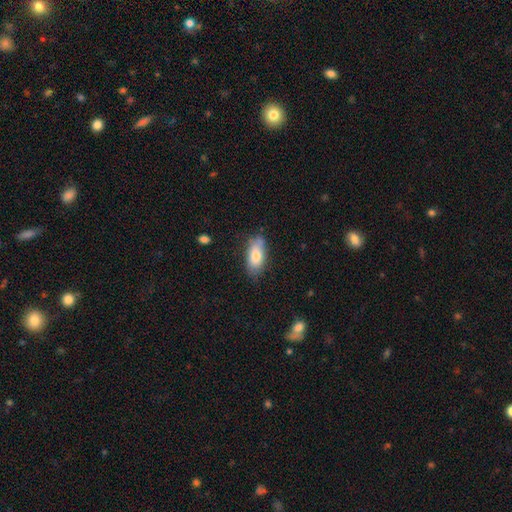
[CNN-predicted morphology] Smooth or featured? smooth (78%)
How rounded? in between (89%)
Merging? none (73%)